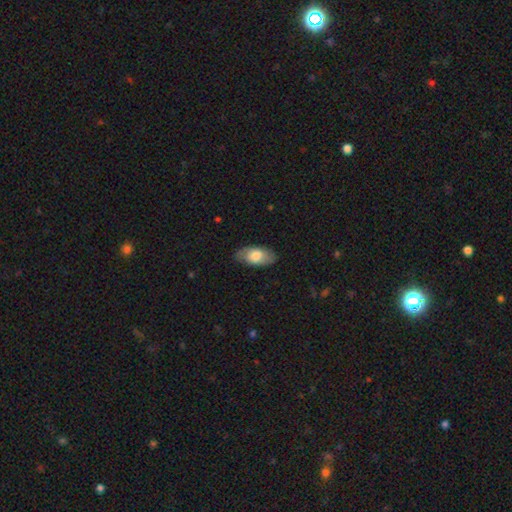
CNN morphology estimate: smooth 71%, featured or disk 23%, star or artifact 6%. Down the decision tree: how rounded — in between (93%); merging — none (78%).